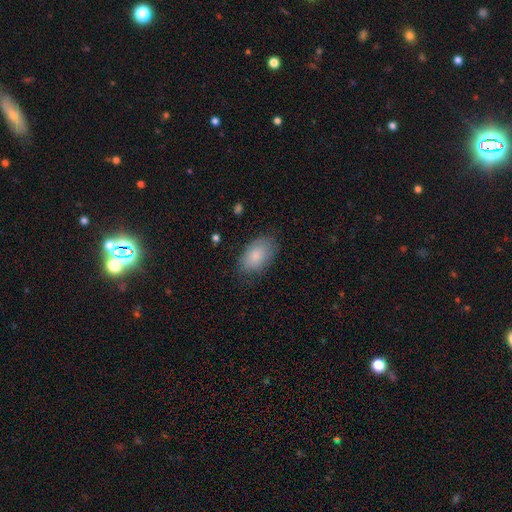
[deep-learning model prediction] Overall: smooth (83%). How rounded: in between (92%). Merging: none (77%).